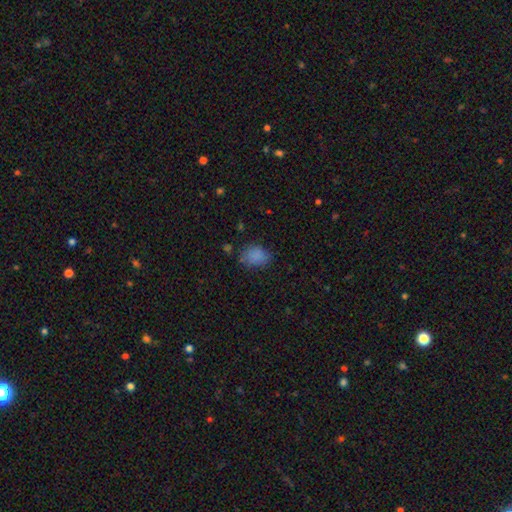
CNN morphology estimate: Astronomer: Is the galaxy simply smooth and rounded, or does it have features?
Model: smooth — 83%.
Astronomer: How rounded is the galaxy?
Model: in between — 59% (runner-up: round, 40%).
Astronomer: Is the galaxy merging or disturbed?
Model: none — 71%.